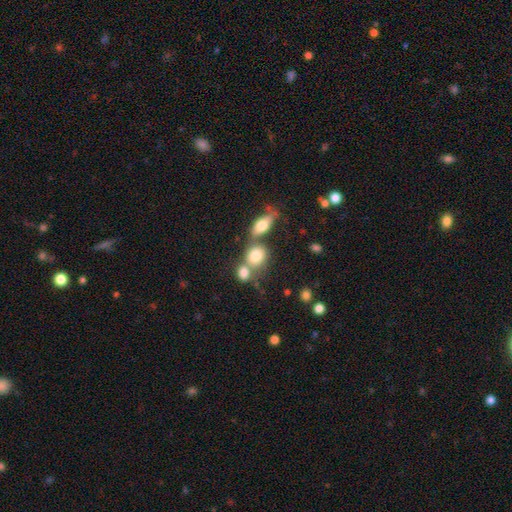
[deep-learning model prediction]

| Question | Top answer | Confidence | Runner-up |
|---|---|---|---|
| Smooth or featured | smooth | 79% | featured or disk (12%) |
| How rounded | round | 56% | in between (42%) |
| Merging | merger | 48% | none (37%) |